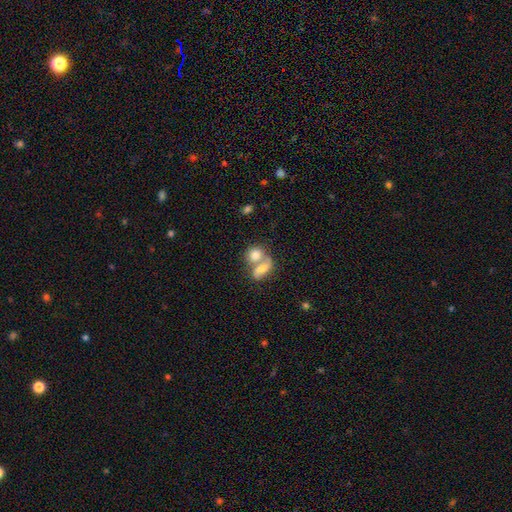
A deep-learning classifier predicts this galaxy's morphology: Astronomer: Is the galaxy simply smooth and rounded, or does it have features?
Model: smooth — 62%.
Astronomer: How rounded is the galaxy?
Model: round — 49% (runner-up: in between, 48%).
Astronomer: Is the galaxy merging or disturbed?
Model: merger — 62%.